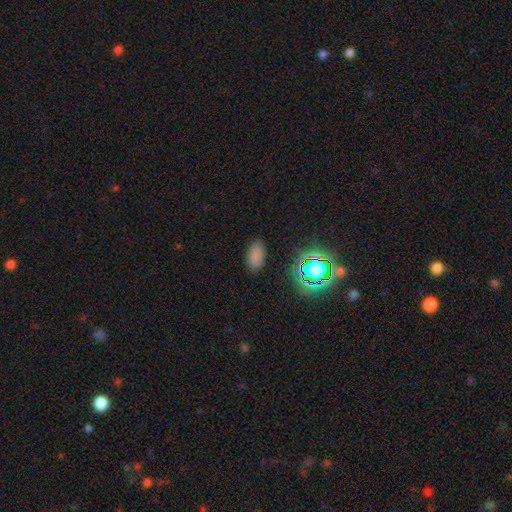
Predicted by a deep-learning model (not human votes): A smooth galaxy with no disk features (77%) that is in between round and cigar-shaped (93%). Merging: none (85%).